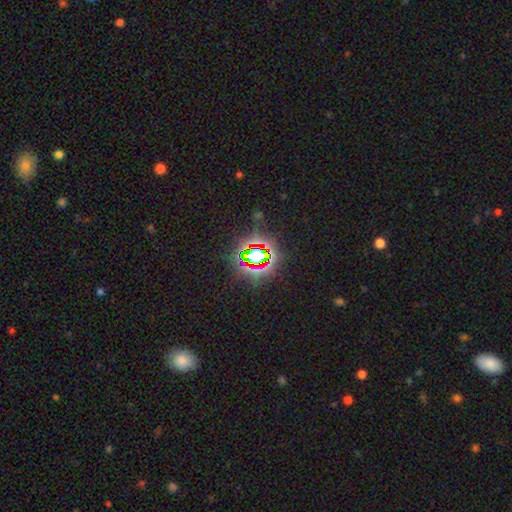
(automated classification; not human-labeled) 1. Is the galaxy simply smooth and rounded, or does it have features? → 76% star or artifact, 14% smooth, 10% featured or disk.